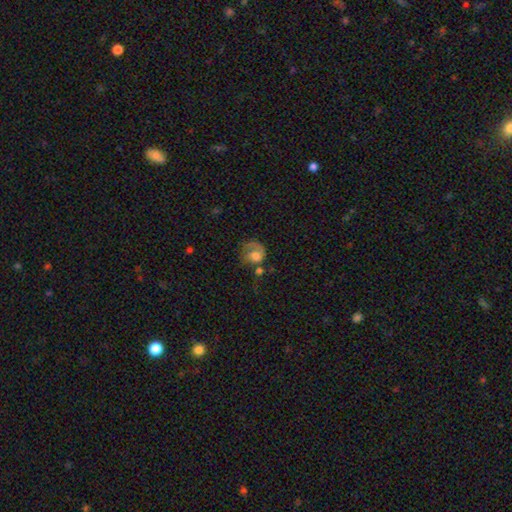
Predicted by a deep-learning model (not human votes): Smooth or featured? Predicted: smooth (p=0.48). Merging? Predicted: major disturbance (p=0.37).